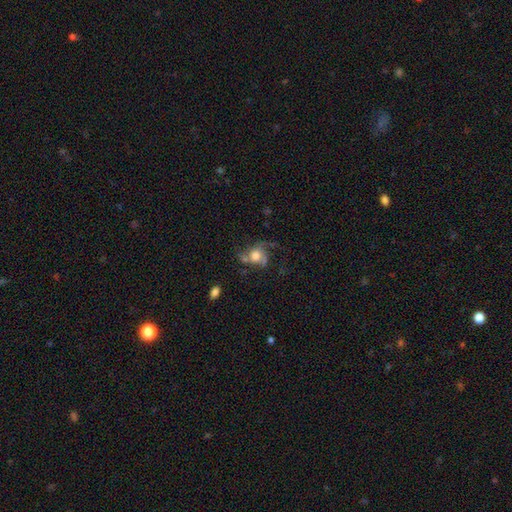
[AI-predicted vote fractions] A featured or disk galaxy (59%) with no bar (78%), spiral arms (86%) and a large central bulge (45%).

Vote fractions:
- Smooth or featured? featured or disk: 59% / smooth: 32% / star or artifact: 10%
- Edge-on disk? no: 97% / yes: 3%
- Bar? no: 78% / weak: 19% / strong: 3%
- Spiral arms? yes: 86% / no: 14%
- Bulge size? large: 45% / moderate: 36% / dominant: 7% / small: 7% / none: 5%
- Merging? none: 42% / major disturbance: 30% / minor disturbance: 20% / merger: 9%